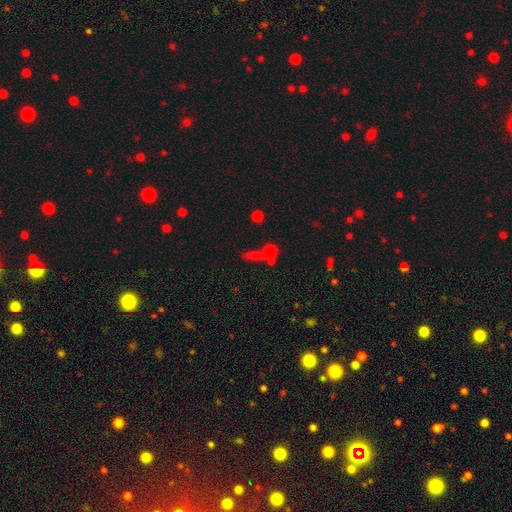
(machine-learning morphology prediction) Overall: star or artifact (43%; smooth 38%).